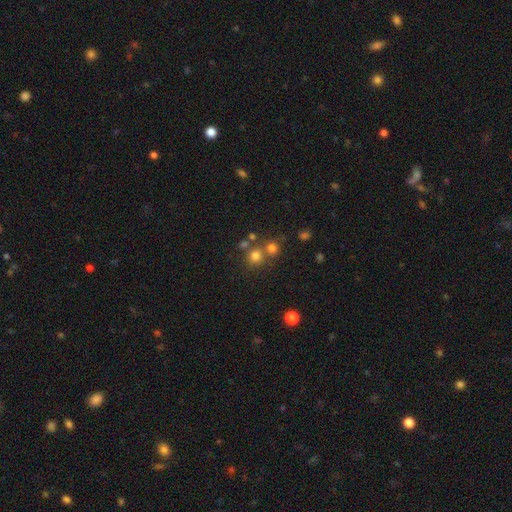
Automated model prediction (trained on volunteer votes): Smooth or featured?
  - smooth: 73% *
  - star or artifact: 18%
  - featured or disk: 9%
How rounded?
  - round: 88% *
  - in between: 11%
  - cigar-shaped: 1%
Merging?
  - none: 61% *
  - merger: 28%
  - minor disturbance: 7%
  - major disturbance: 3%